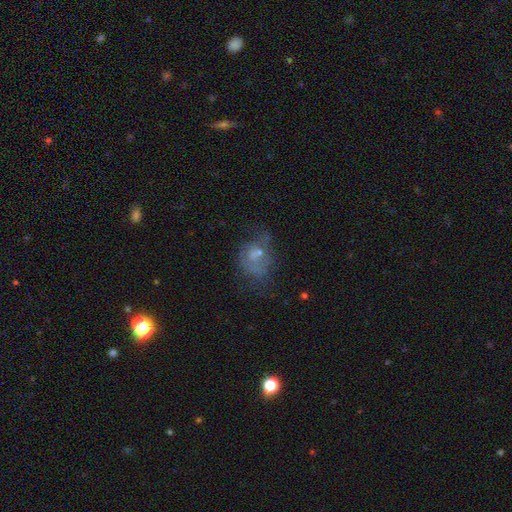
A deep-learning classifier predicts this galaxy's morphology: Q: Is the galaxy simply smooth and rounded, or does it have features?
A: featured or disk — 44%.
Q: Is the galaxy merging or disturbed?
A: none — 32%.